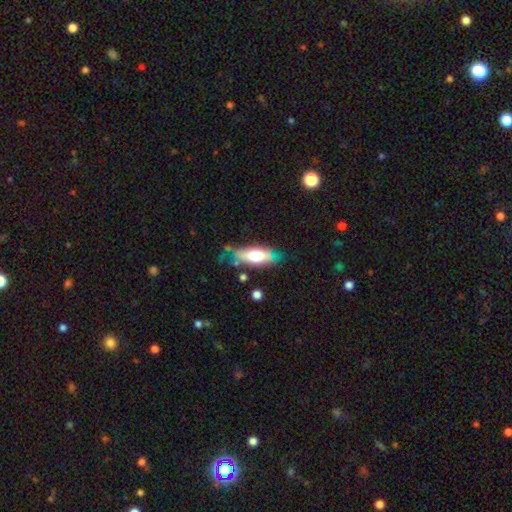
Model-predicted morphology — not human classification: This is possibly a smooth galaxy (59%). How rounded: likely in between (71%). Merging: possibly none (59%).